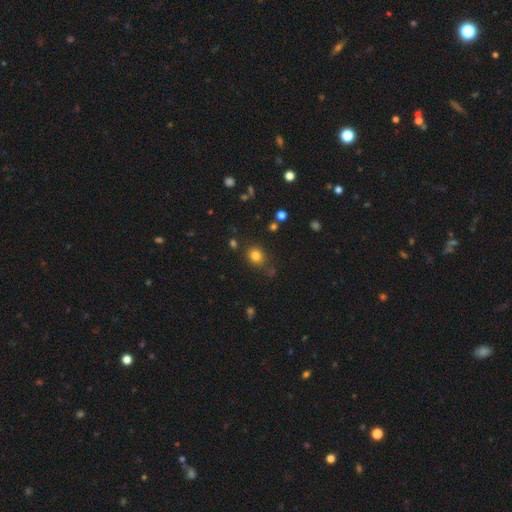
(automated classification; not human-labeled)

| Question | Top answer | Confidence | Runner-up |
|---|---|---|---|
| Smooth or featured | smooth | 79% | star or artifact (15%) |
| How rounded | round | 75% | in between (24%) |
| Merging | none | 80% | minor disturbance (12%) |